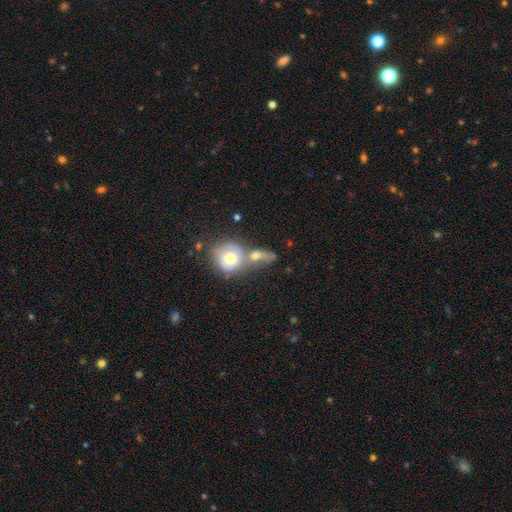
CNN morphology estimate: This appears to be a smooth galaxy with no disk features (63%) that is round (47%). Merging: merger (57%).